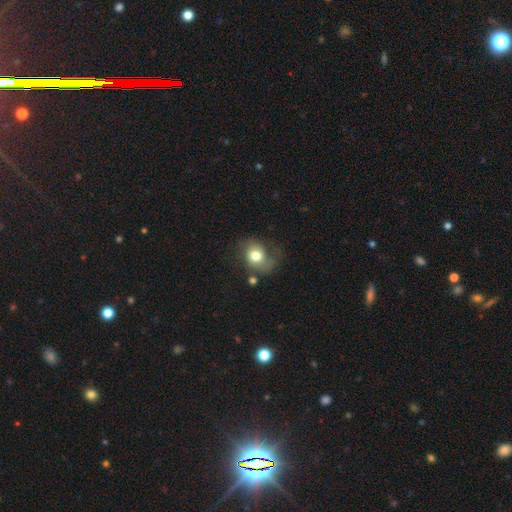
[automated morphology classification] smooth_or_featured: smooth (p=0.67) [alt: featured or disk p=0.24]
how_rounded: round (p=0.57) [alt: in between p=0.42]
merging: none (p=0.44) [alt: minor disturbance p=0.28]